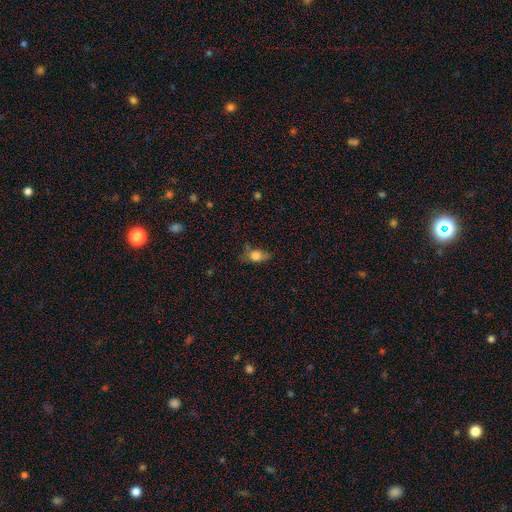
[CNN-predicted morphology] The model was most divided on "merging": none: 48%, minor disturbance: 32%, major disturbance: 17%, merger: 3%. More confident: how rounded — in between (76%); smooth or featured — smooth (74%).